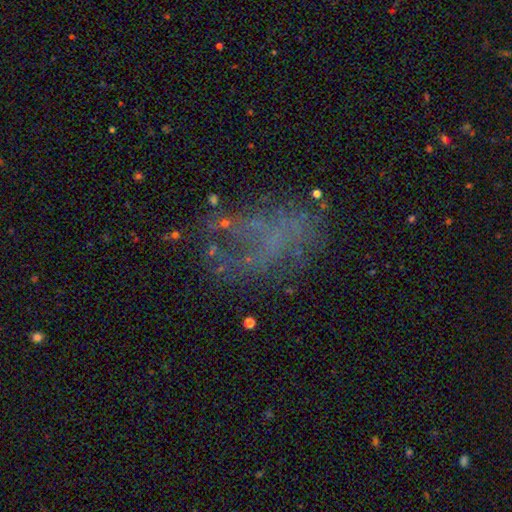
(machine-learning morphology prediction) The model was most divided on "smooth or featured": featured or disk: 44%, smooth: 28%, star or artifact: 28%. Remaining: merging — none (47%).